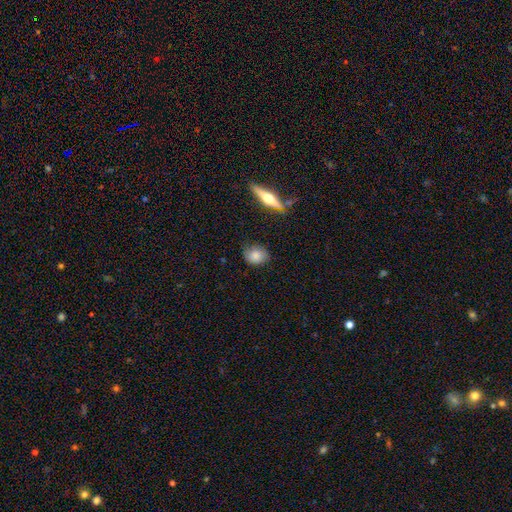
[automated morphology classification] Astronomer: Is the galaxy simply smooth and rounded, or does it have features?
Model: smooth — 81%.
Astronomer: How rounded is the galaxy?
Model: round — 56% (runner-up: in between, 41%).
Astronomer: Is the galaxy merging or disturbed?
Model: none — 77%.